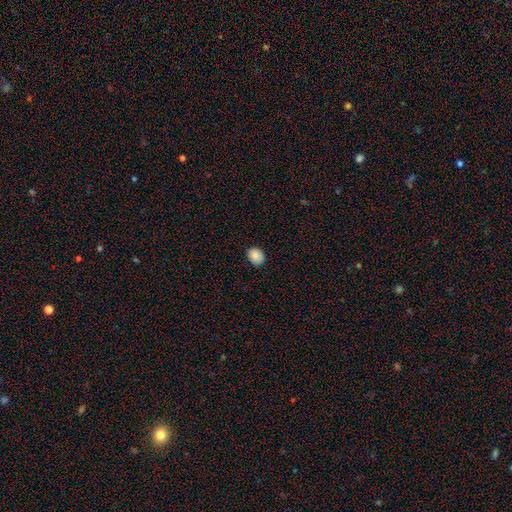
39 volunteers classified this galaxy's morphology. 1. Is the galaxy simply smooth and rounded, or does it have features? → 92% smooth, 8% star or artifact, 0% featured or disk.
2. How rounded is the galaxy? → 58% in between, 42% round, 0% cigar-shaped.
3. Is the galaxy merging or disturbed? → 78% none, 22% minor disturbance, 0% major disturbance, 0% merger.